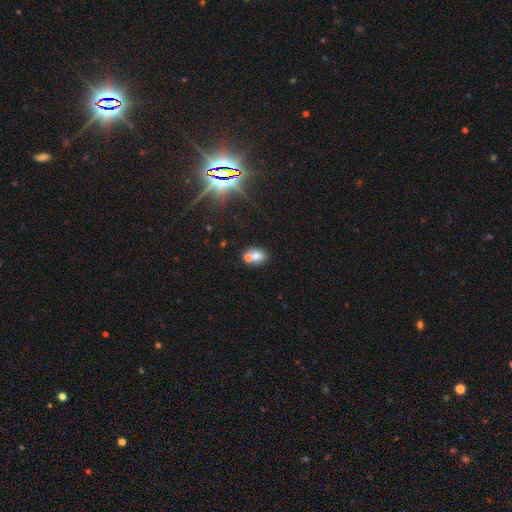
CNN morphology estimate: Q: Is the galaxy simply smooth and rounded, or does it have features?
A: smooth — 69%.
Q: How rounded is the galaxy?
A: in between — 55%.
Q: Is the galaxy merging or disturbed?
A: merger — 44%, tied with none.